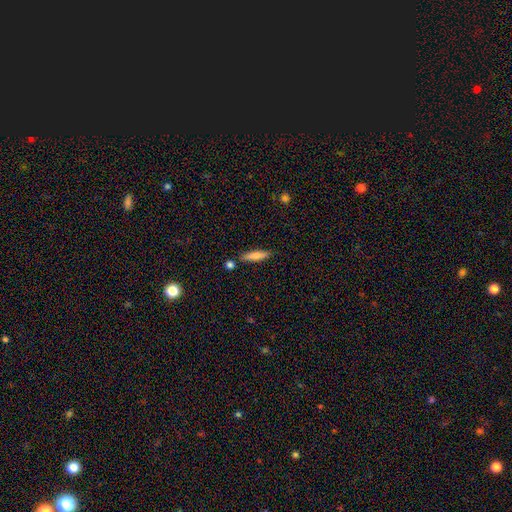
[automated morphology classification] A smooth galaxy with no disk features (76%) that is cigar-shaped (77%).

Vote fractions:
- Smooth or featured? smooth: 76% / featured or disk: 17% / star or artifact: 7%
- How rounded? cigar-shaped: 77% / in between: 21% / round: 2%
- Merging? none: 82% / minor disturbance: 11% / merger: 5% / major disturbance: 2%